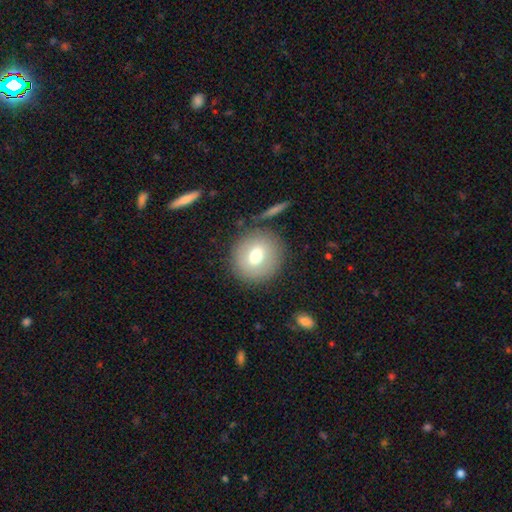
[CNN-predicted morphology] Q: Smooth or featured?
A: smooth (68%); runner-up: featured or disk (23%)
Q: How rounded?
A: round (90%); runner-up: in between (9%)
Q: Merging?
A: none (82%); runner-up: minor disturbance (9%)